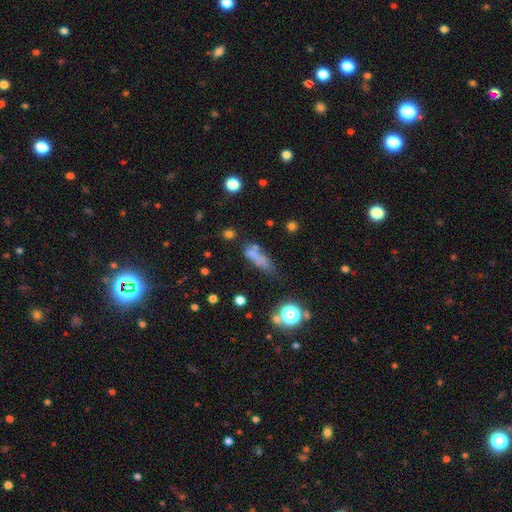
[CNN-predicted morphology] smooth 63%, featured or disk 19%, star or artifact 18%. Down the decision tree: how rounded — cigar-shaped (47%); merging — none (39%).